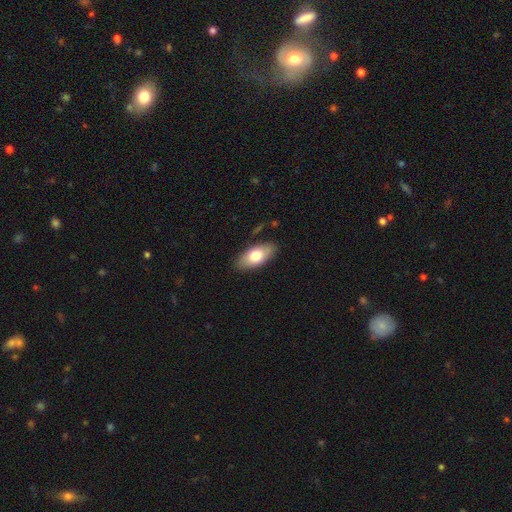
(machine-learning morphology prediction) This is likely a smooth galaxy (71%). How rounded: clearly in between (90%). Merging: clearly none (85%).